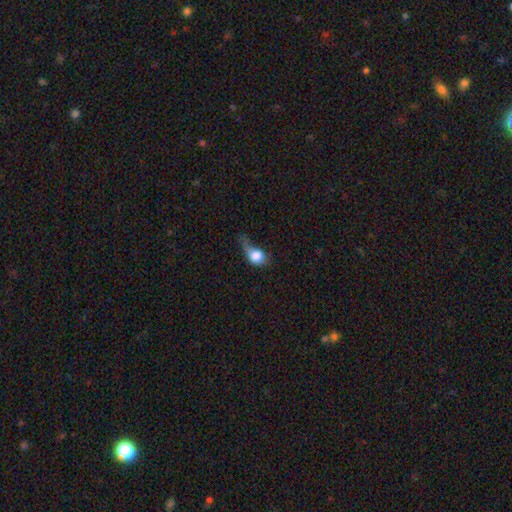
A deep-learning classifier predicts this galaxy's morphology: Smooth or featured? smooth (73%)
How rounded? in between (49%)
Merging? major disturbance (50%)